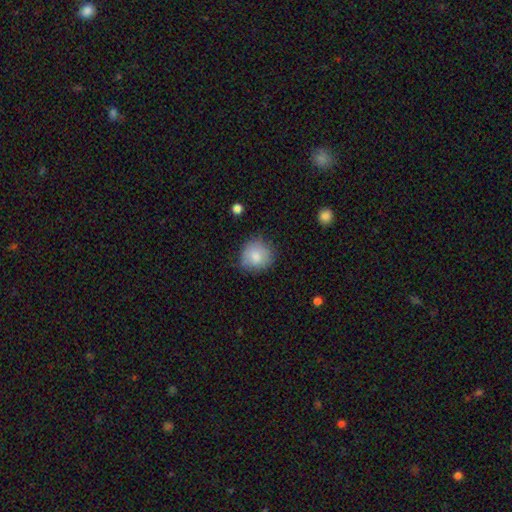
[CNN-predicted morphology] smooth_or_featured: smooth (p=0.81) [alt: featured or disk p=0.12]
how_rounded: round (p=0.88) [alt: in between p=0.11]
merging: none (p=0.74) [alt: minor disturbance p=0.20]